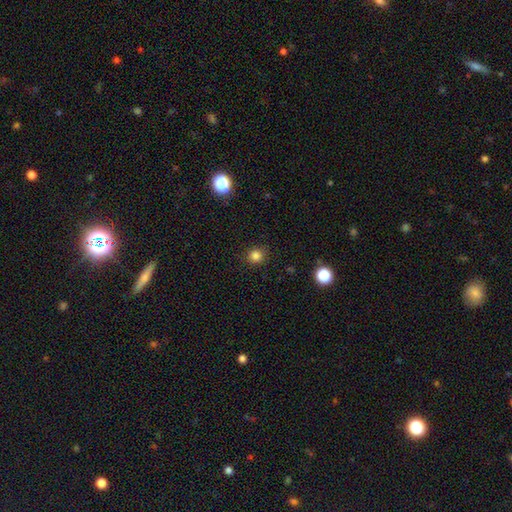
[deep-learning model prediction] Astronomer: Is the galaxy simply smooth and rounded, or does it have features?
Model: smooth — 82%.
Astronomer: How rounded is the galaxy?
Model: round — 91%.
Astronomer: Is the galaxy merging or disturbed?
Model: none — 90%.